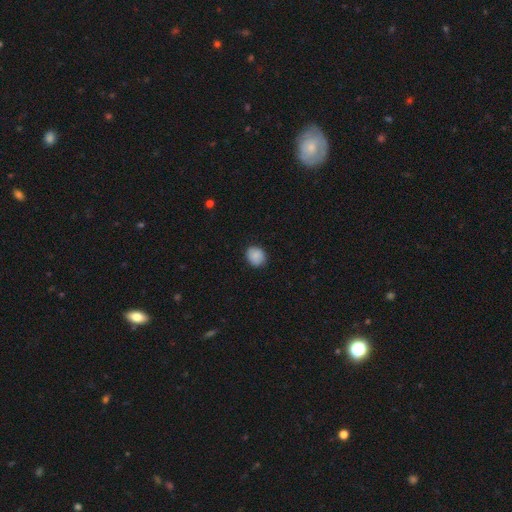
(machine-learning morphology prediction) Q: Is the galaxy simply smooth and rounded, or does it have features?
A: smooth — 87%.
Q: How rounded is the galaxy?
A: round — 72%.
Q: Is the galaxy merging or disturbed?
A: none — 86%.